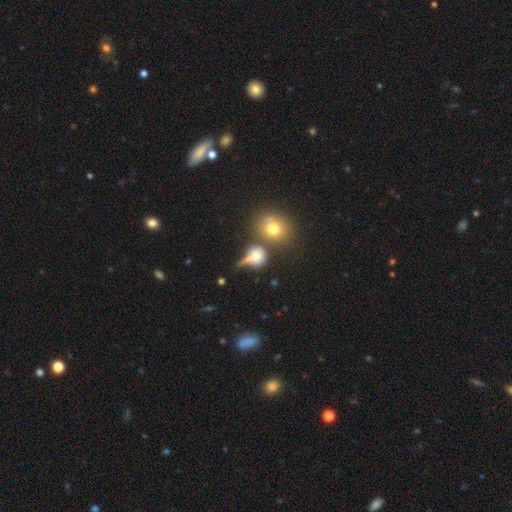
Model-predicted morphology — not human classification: Smooth or featured? smooth (62%)
How rounded? round (69%)
Merging? none (36%)